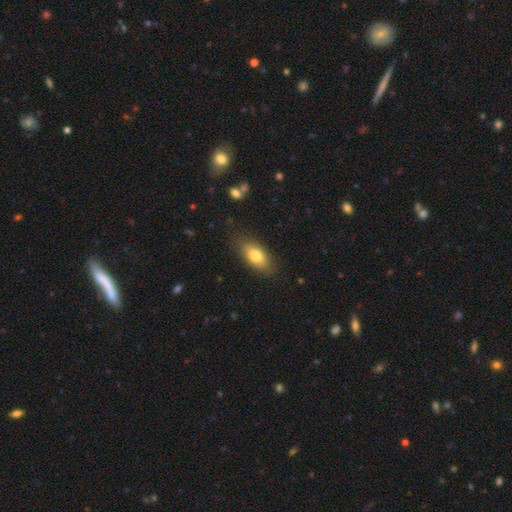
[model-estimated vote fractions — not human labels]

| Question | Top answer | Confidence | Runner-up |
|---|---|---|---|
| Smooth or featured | smooth | 79% | featured or disk (14%) |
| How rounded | in between | 86% | cigar-shaped (9%) |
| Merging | none | 81% | minor disturbance (14%) |